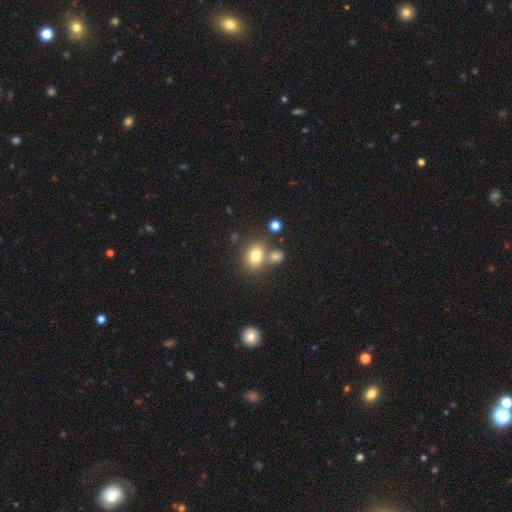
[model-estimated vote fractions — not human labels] Smooth or featured? smooth (77%)
How rounded? in between (54%)
Merging? none (58%)